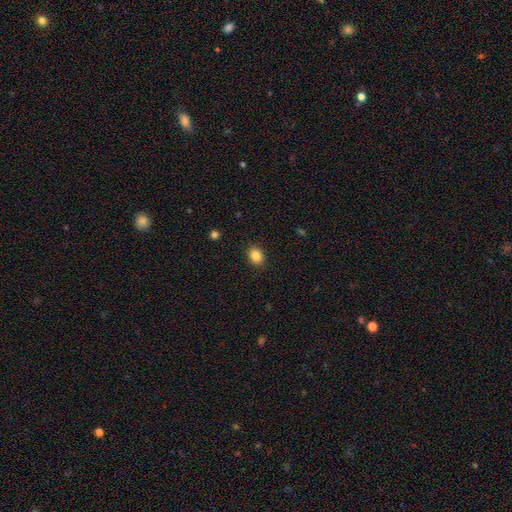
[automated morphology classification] A smooth galaxy with no disk features (85%) that is in between round and cigar-shaped (60%).

Vote fractions:
- Smooth or featured? smooth: 85% / star or artifact: 10% / featured or disk: 5%
- How rounded? in between: 60% / round: 39% / cigar-shaped: 1%
- Merging? none: 89% / minor disturbance: 8% / major disturbance: 2% / merger: 1%